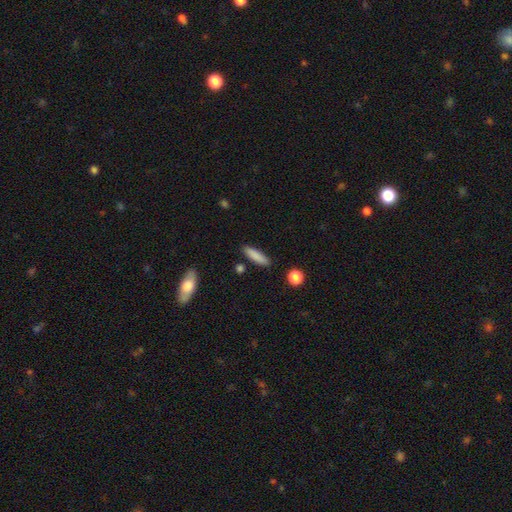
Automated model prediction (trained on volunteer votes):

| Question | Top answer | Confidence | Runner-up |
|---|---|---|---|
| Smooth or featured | smooth | 85% | featured or disk (8%) |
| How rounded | cigar-shaped | 71% | in between (27%) |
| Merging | none | 87% | minor disturbance (8%) |